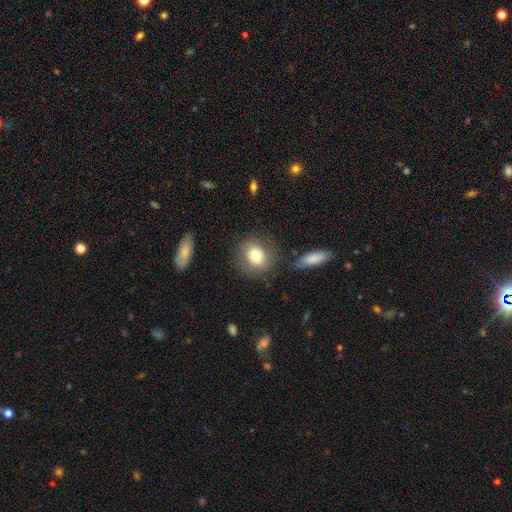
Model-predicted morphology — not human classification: A smooth galaxy with no disk features (79%) that is round (72%).

Vote fractions:
- Smooth or featured? smooth: 79% / featured or disk: 13% / star or artifact: 8%
- How rounded? round: 72% / in between: 27% / cigar-shaped: 1%
- Merging? none: 79% / minor disturbance: 12% / major disturbance: 5% / merger: 5%